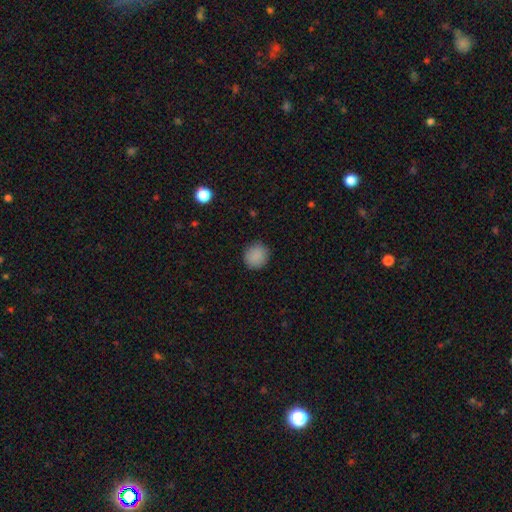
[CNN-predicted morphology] type=smooth (88%); roundness=round (87%); merging=none (88%).